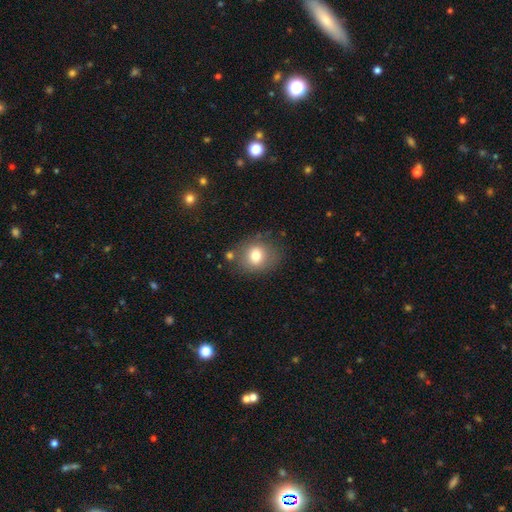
This is clearly a smooth galaxy (87%). How rounded: likely round (61%). Merging: likely none (74%).